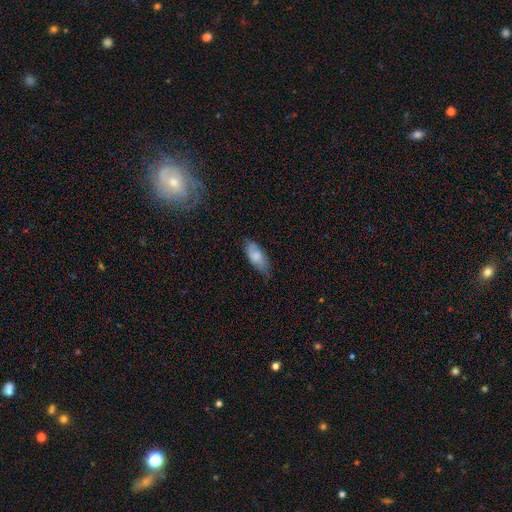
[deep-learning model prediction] Smooth or featured?
  - smooth: 72% *
  - featured or disk: 21%
  - star or artifact: 7%
How rounded?
  - in between: 83% *
  - cigar-shaped: 15%
  - round: 2%
Merging?
  - none: 56% *
  - minor disturbance: 34%
  - major disturbance: 9%
  - merger: 2%